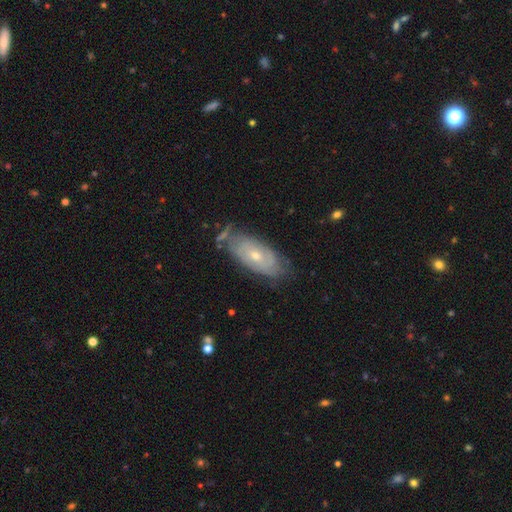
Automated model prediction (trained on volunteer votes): Q: Smooth or featured?
A: featured or disk (67%); runner-up: smooth (27%)
Q: Edge-on disk?
A: no (89%); runner-up: yes (11%)
Q: Bar?
A: no (78%); runner-up: weak (19%)
Q: Spiral arms?
A: yes (73%); runner-up: no (27%)
Q: Bulge size?
A: small (54%); runner-up: moderate (43%)
Q: Merging?
A: none (63%); runner-up: minor disturbance (24%)